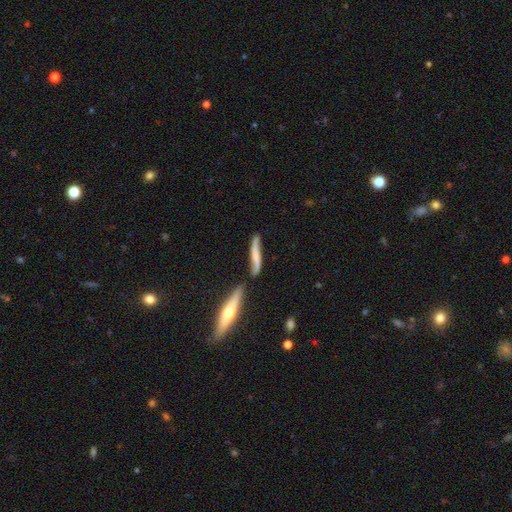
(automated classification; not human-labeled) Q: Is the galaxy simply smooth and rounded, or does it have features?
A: featured or disk — 53%.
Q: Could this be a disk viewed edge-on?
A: yes — 56%.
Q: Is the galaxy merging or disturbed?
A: none — 51%.